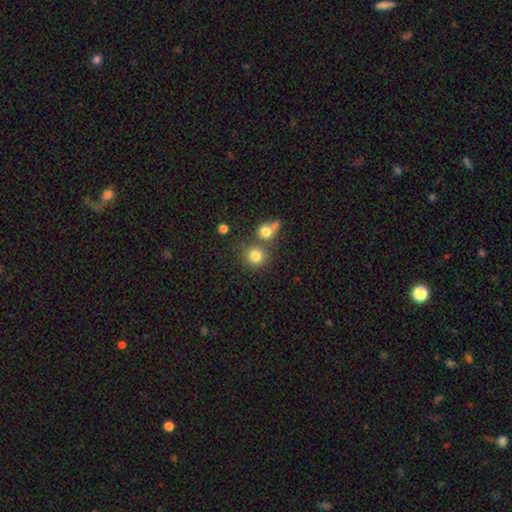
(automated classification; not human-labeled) A smooth galaxy with no disk features (80%) that is round (87%).

Vote fractions:
- Smooth or featured? smooth: 80% / star or artifact: 12% / featured or disk: 8%
- How rounded? round: 87% / in between: 12% / cigar-shaped: 1%
- Merging? none: 62% / merger: 25% / minor disturbance: 9% / major disturbance: 4%